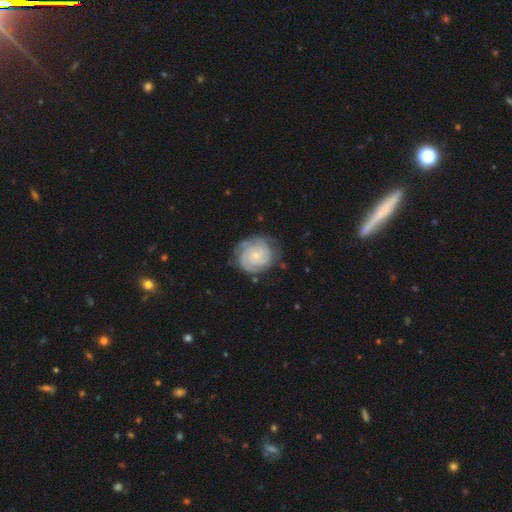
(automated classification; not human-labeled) Smooth or featured? Predicted: featured or disk (p=0.87). Edge-on disk? Predicted: no (p=0.98). Bar? Predicted: no (p=0.75). Spiral arms? Predicted: yes (p=0.98). Spiral winding? Predicted: tight (p=0.83). Spiral arm count? Predicted: 2 (p=0.33). Bulge size? Predicted: small (p=0.76). Merging? Predicted: none (p=0.78).